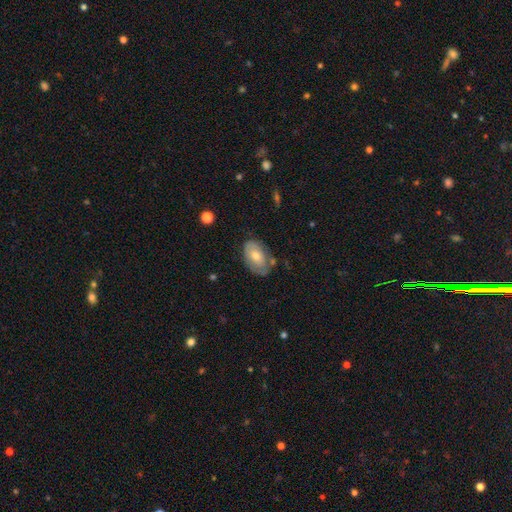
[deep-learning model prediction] smooth-or-featured: smooth: 56% | featured or disk: 36% | star or artifact: 8%
  how-rounded: in between: 89% | round: 10% | cigar-shaped: 1%
  merging: none: 68% | minor disturbance: 22% | major disturbance: 6% | merger: 4%